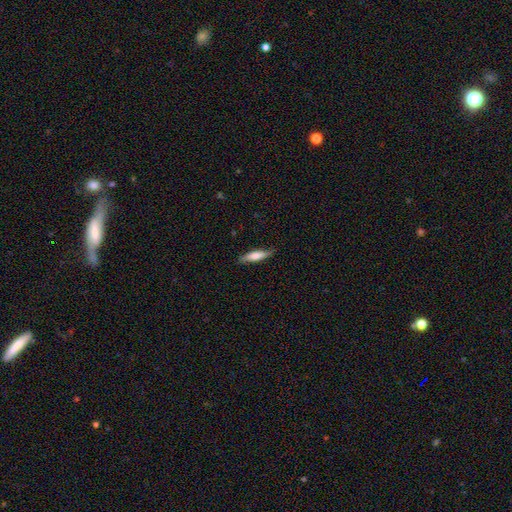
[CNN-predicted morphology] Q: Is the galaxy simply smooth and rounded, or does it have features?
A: smooth — 69%.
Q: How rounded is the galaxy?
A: cigar-shaped — 71%.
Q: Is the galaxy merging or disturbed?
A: none — 81%.